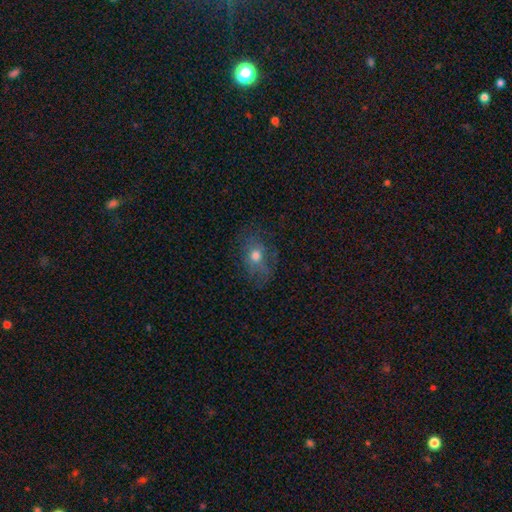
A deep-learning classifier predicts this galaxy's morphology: A smooth galaxy with no disk features (55%) that is in between round and cigar-shaped (61%).

Vote fractions:
- Smooth or featured? smooth: 55% / featured or disk: 32% / star or artifact: 14%
- How rounded? in between: 61% / round: 37% / cigar-shaped: 2%
- Merging? none: 66% / minor disturbance: 21% / major disturbance: 13% / merger: 1%